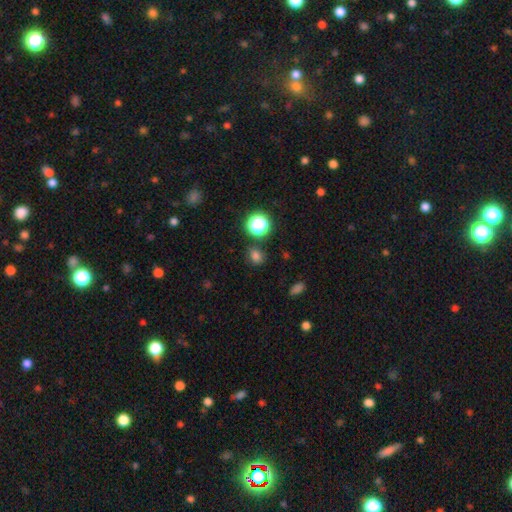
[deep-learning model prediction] Morphology: type=smooth (75%); roundness=round (62%); merging=none (82%).